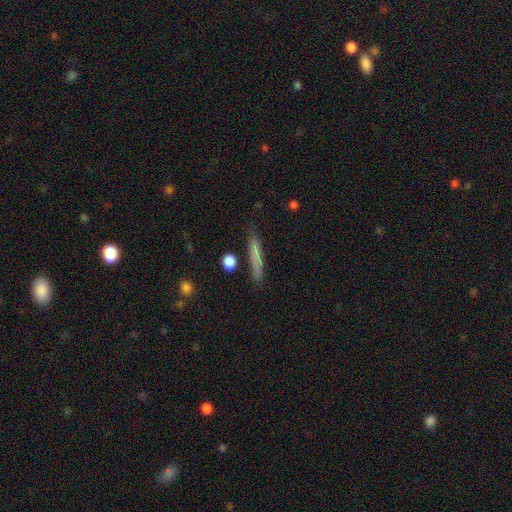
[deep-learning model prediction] smooth_or_featured: smooth (p=0.74) [alt: featured or disk p=0.18]
how_rounded: cigar-shaped (p=0.93) [alt: in between p=0.05]
merging: none (p=0.84) [alt: minor disturbance p=0.11]